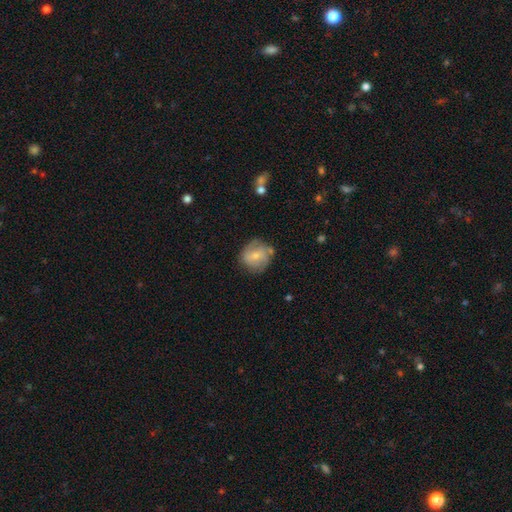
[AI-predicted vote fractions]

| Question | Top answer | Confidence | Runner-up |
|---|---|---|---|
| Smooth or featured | smooth | 54% | featured or disk (39%) |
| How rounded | round | 84% | in between (14%) |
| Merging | none | 66% | minor disturbance (22%) |